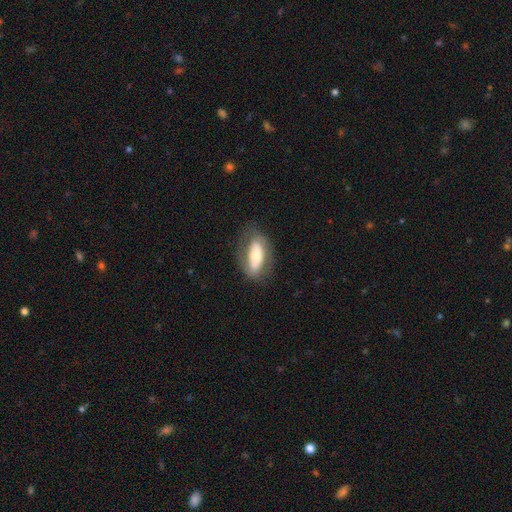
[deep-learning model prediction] Smooth or featured? Predicted: smooth (p=0.53). How rounded? Predicted: in between (p=0.82). Merging? Predicted: none (p=0.73).